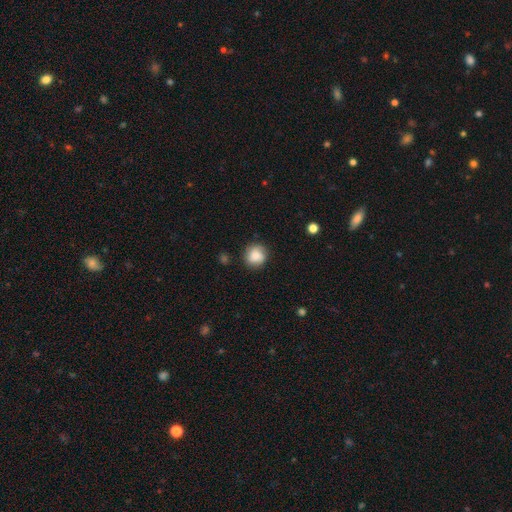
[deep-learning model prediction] Smooth or featured? Predicted: smooth (p=0.81). How rounded? Predicted: round (p=0.87). Merging? Predicted: none (p=0.82).